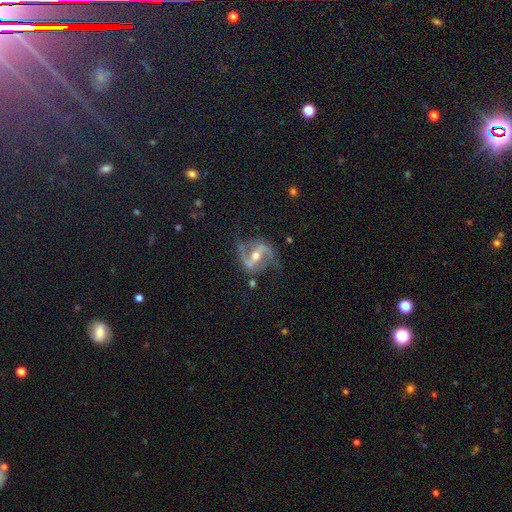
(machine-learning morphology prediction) This is clearly a featured or disk galaxy (90%). It is clearly not viewed edge-on (97%). Bar: possibly strong (47%). Spiral arm pattern: clearly yes (97%). Spiral arm count: clearly 2 (93%). Spiral winding: possibly medium (45%). Central bulge: likely moderate (64%). Merging: likely none (72%).